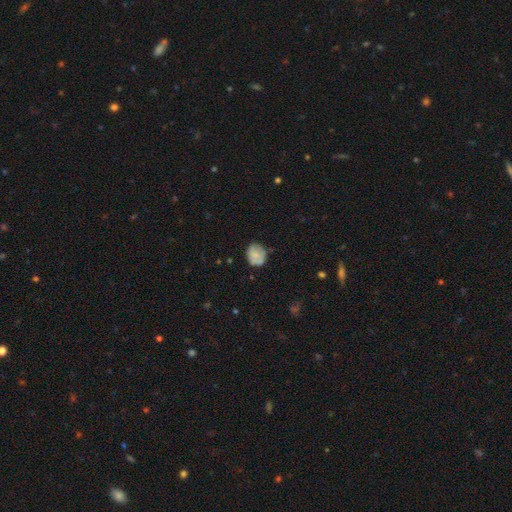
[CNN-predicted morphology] The model was most divided on "how rounded": round: 63%, in between: 36%, cigar-shaped: 1%. More confident: smooth or featured — smooth (72%); merging — none (68%).